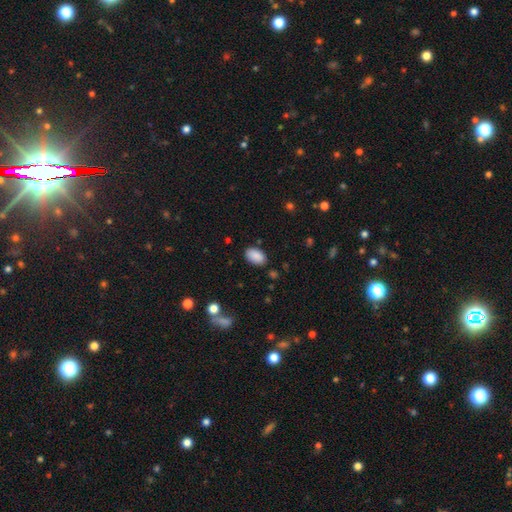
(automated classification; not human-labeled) smooth_or_featured: smooth (p=0.89) [alt: star or artifact p=0.07]
how_rounded: in between (p=0.93) [alt: round p=0.06]
merging: none (p=0.86) [alt: minor disturbance p=0.10]